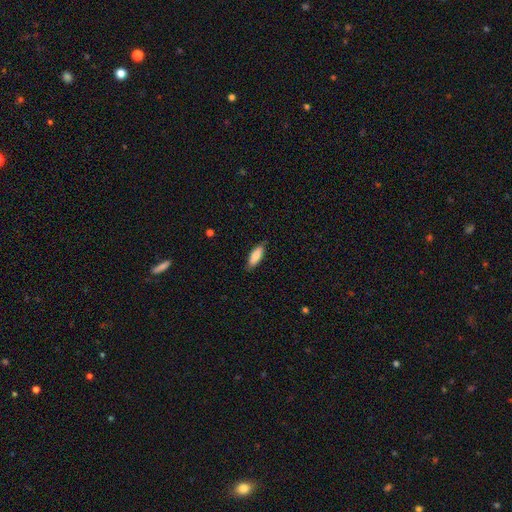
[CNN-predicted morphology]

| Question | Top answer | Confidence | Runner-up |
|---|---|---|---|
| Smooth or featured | smooth | 84% | featured or disk (10%) |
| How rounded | in between | 68% | cigar-shaped (30%) |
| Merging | none | 85% | minor disturbance (12%) |